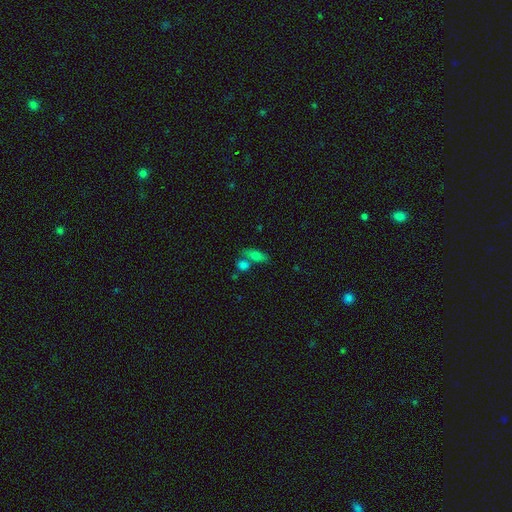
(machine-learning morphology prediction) smooth_or_featured: smooth (p=0.68) [alt: featured or disk p=0.20]
how_rounded: in between (p=0.65) [alt: cigar-shaped p=0.24]
merging: none (p=0.50) [alt: merger p=0.32]